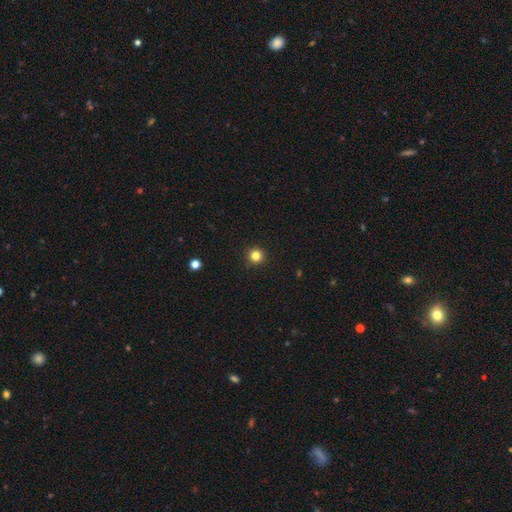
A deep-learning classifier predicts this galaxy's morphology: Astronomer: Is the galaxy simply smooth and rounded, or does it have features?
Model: smooth — 82%.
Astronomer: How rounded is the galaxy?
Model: round — 95%.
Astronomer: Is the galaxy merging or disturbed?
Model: none — 93%.